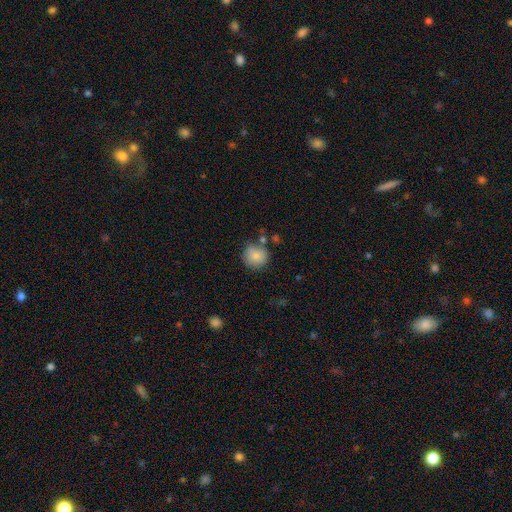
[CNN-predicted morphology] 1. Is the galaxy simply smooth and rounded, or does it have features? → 85% smooth, 8% star or artifact, 7% featured or disk.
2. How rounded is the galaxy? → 89% round, 10% in between, 1% cigar-shaped.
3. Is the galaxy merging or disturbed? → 73% none, 15% minor disturbance, 8% merger, 4% major disturbance.